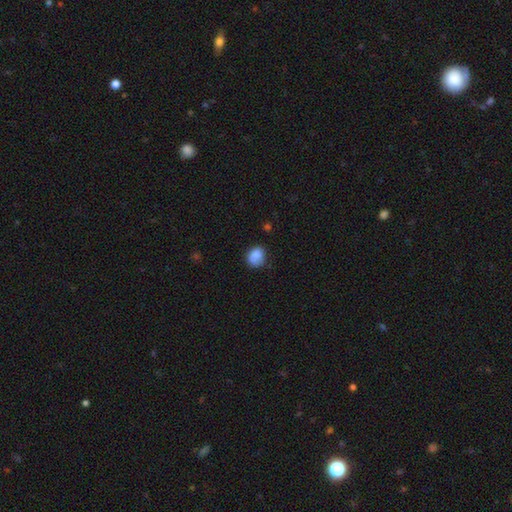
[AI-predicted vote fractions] Smooth or featured? smooth (83%)
How rounded? round (59%)
Merging? none (63%)